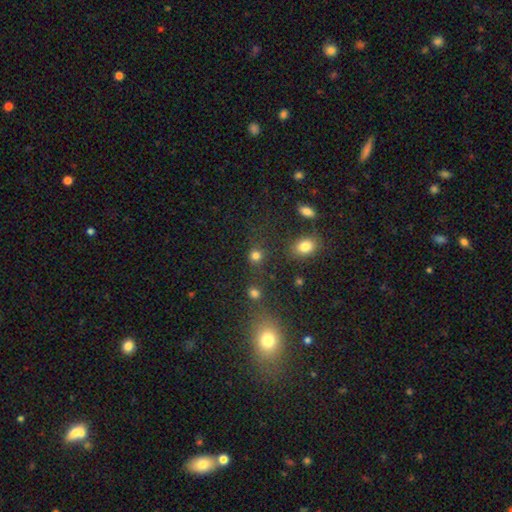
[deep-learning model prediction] smooth 79%, star or artifact 16%, featured or disk 5%. Down the decision tree: how rounded — round (84%); merging — none (73%).